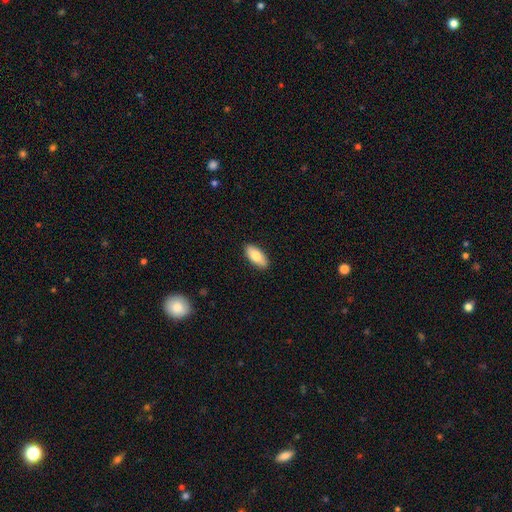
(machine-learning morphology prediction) This appears to be a smooth galaxy with no disk features (79%) that is in between round and cigar-shaped (89%). Merging: none (89%).